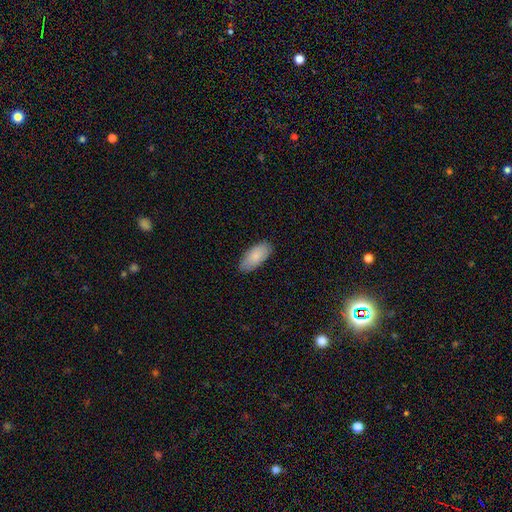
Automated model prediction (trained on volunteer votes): Smooth or featured: smooth — 86% (featured or disk — 9%)
How rounded: in between — 92% (cigar-shaped — 6%)
Merging: none — 86% (minor disturbance — 11%)